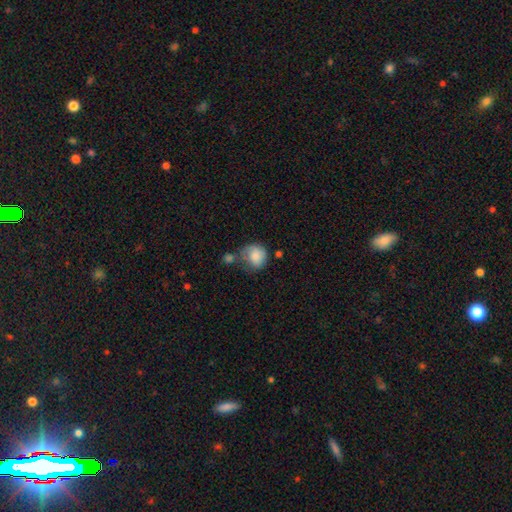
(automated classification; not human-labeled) Smooth or featured? smooth (80%)
How rounded? round (77%)
Merging? none (38%)